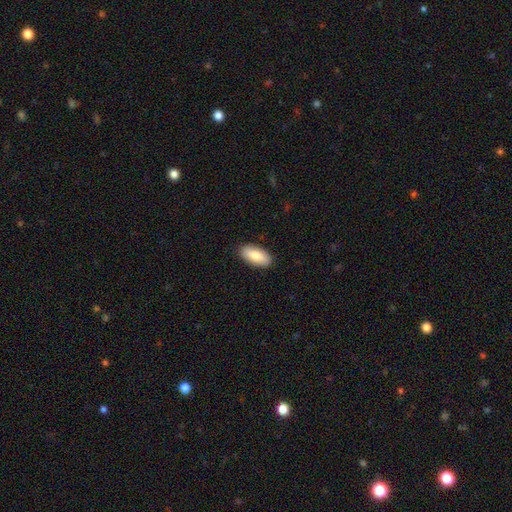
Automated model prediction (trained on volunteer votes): This appears to be a smooth galaxy with no disk features (80%) that is in between round and cigar-shaped (89%). Merging: none (89%).